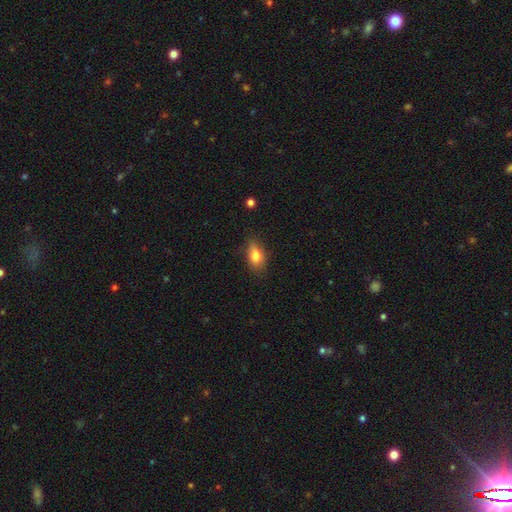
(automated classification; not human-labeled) This is likely a smooth galaxy (77%). How rounded: clearly in between (82%). Merging: likely none (65%).